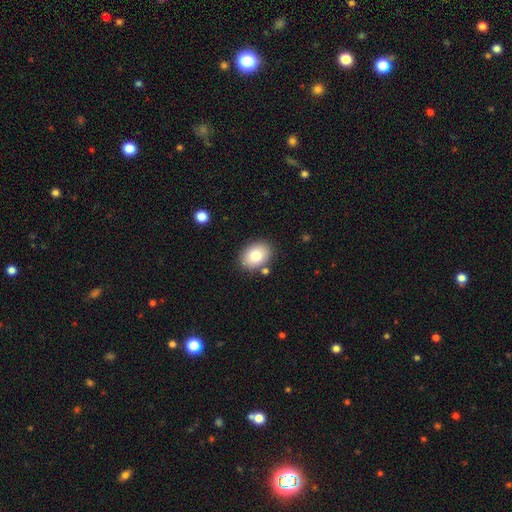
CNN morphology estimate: This is likely a smooth galaxy (80%). How rounded: likely in between (70%). Merging: clearly none (82%).